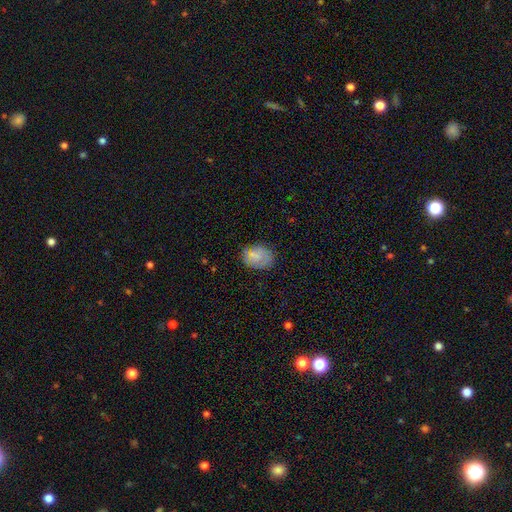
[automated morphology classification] Smooth or featured? Predicted: smooth (p=0.73). How rounded? Predicted: in between (p=0.62). Merging? Predicted: none (p=0.72).